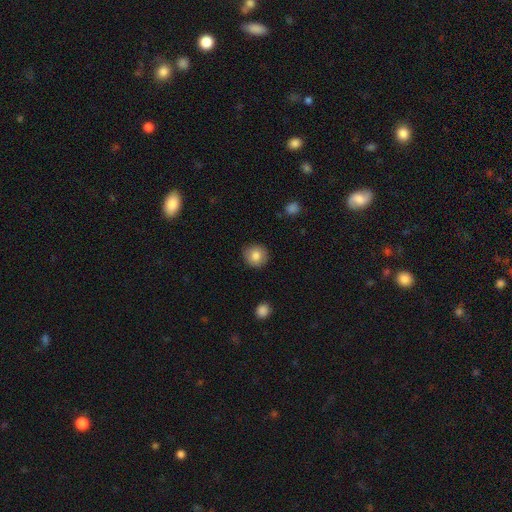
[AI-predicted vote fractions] smooth 83%, star or artifact 9%, featured or disk 8%. Down the decision tree: how rounded — round (91%); merging — none (88%).